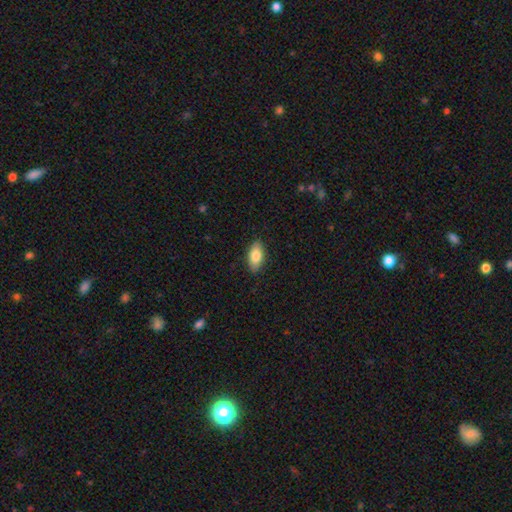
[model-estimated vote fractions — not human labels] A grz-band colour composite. It shows a smooth galaxy with no disk features (81%) that is in between round and cigar-shaped (89%). Merging: none (88%).